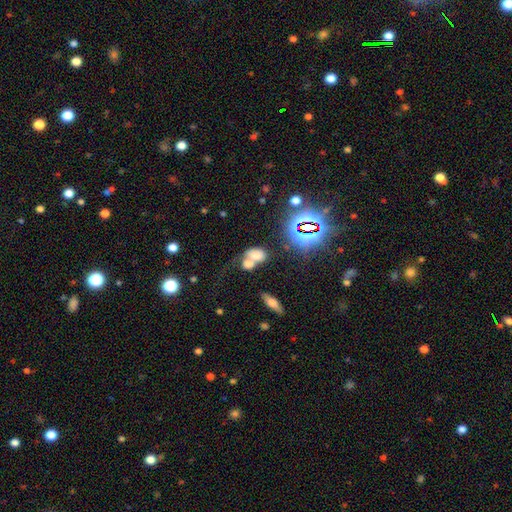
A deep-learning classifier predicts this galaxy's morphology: Overall: smooth (59%; featured or disk 21%). How rounded: in between (75%). Merging: merger (62%).